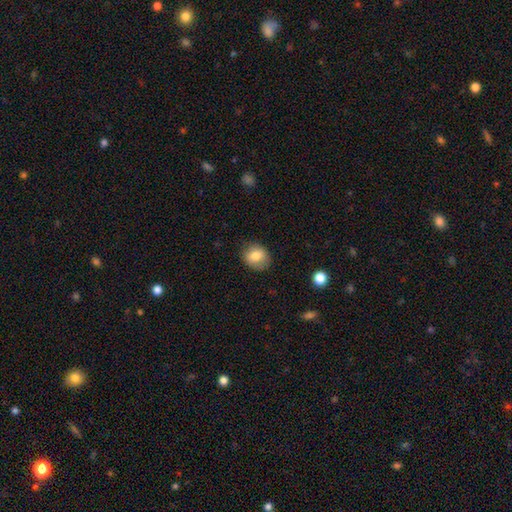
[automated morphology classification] type=smooth (78%); roundness=round (69%); merging=none (83%).